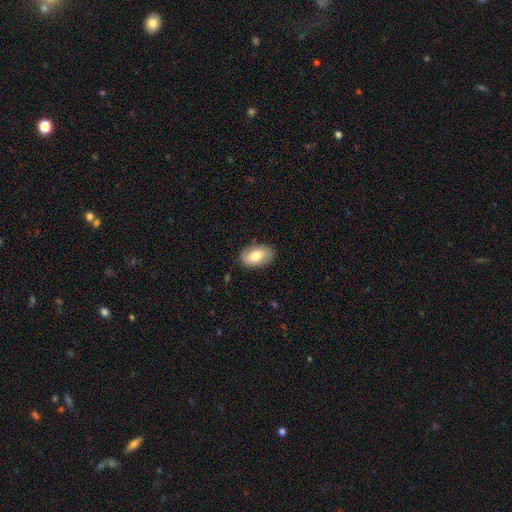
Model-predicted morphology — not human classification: A smooth galaxy with no disk features (72%) that is in between round and cigar-shaped (92%).

Vote fractions:
- Smooth or featured? smooth: 72% / featured or disk: 21% / star or artifact: 7%
- How rounded? in between: 92% / round: 7% / cigar-shaped: 2%
- Merging? none: 85% / minor disturbance: 11% / major disturbance: 3% / merger: 1%